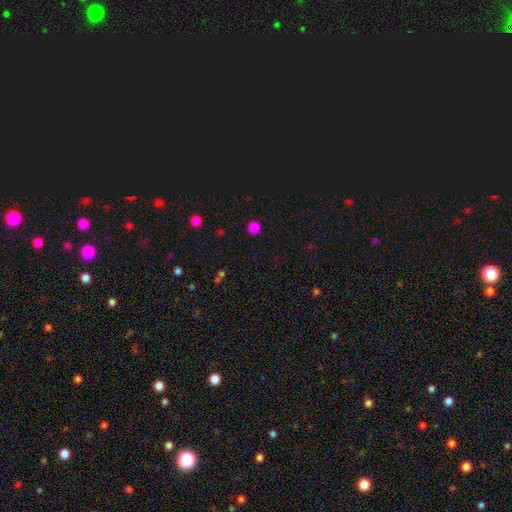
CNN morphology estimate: Overall: smooth (73%). How rounded: round (91%). Merging: none (90%).